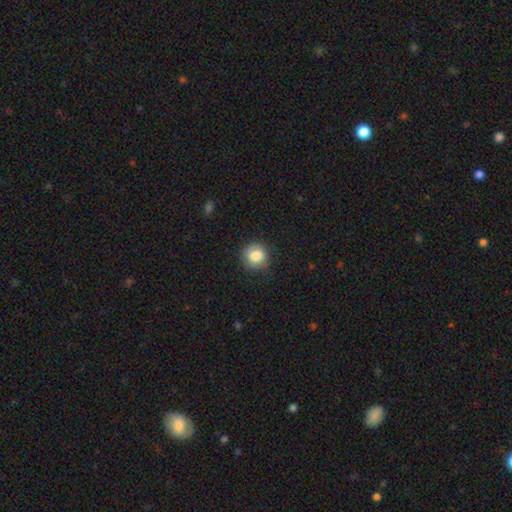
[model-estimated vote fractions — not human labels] The model was most divided on "merging": none: 81%, minor disturbance: 14%, major disturbance: 4%, merger: 1%. More confident: how rounded — round (87%); smooth or featured — smooth (84%).